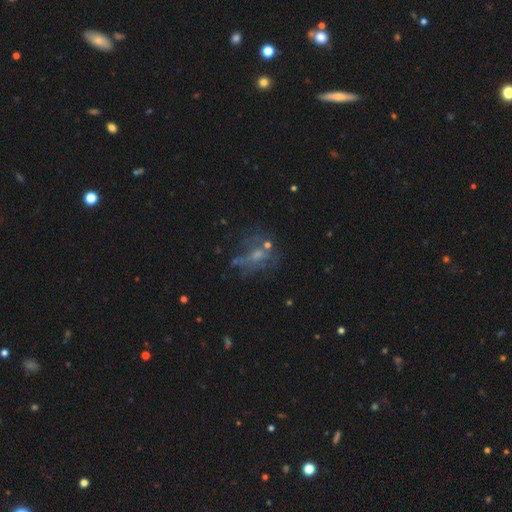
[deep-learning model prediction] This is possibly a featured or disk galaxy (48%). Merging: marginally none (44%).